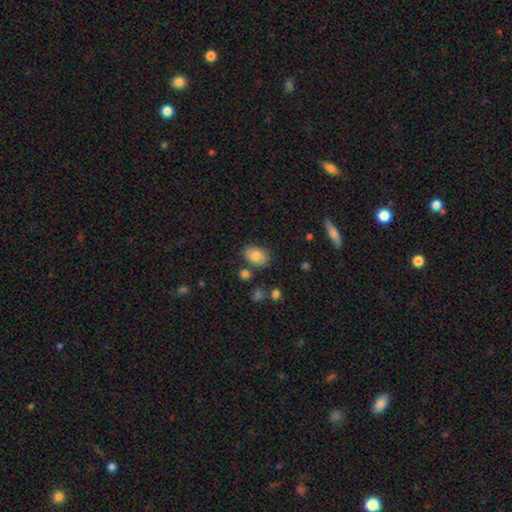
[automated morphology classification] smooth_or_featured: smooth (p=0.83) [alt: featured or disk p=0.09]
how_rounded: in between (p=0.85) [alt: round p=0.13]
merging: none (p=0.77) [alt: minor disturbance p=0.14]